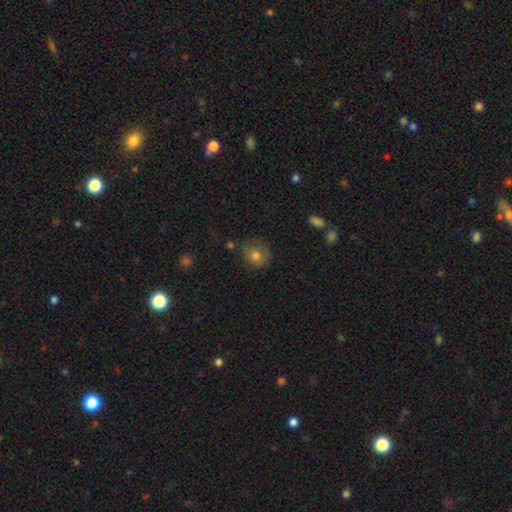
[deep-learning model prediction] Smooth or featured? smooth (70%)
How rounded? round (81%)
Merging? none (61%)